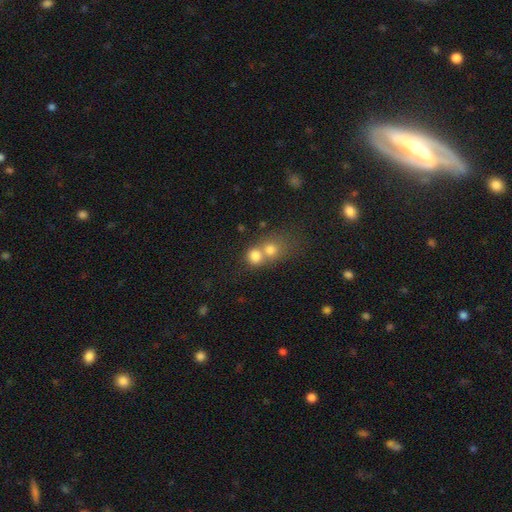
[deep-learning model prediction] Overall: smooth (76%). How rounded: round (75%). Merging: merger (60%; none 31%).